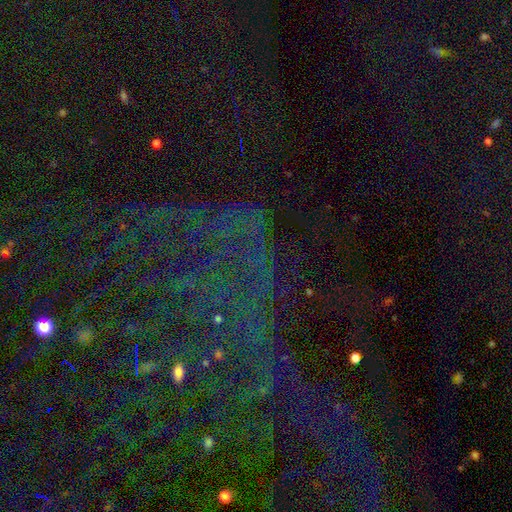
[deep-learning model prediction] This appears to be a star or artifact, not a galaxy (75%).